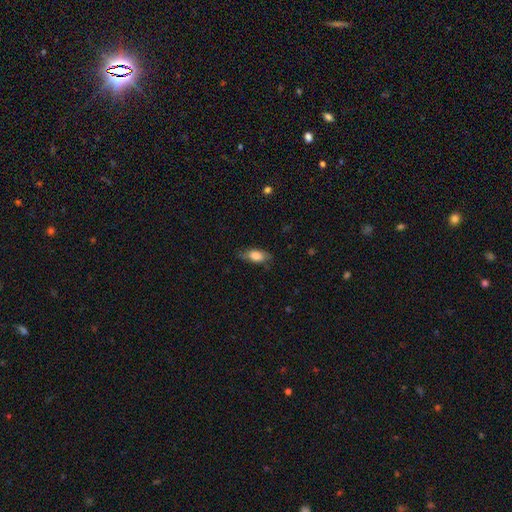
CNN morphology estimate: smooth-or-featured: smooth: 75% | featured or disk: 18% | star or artifact: 7%
  how-rounded: in between: 81% | cigar-shaped: 15% | round: 5%
  merging: none: 73% | minor disturbance: 20% | major disturbance: 5% | merger: 1%